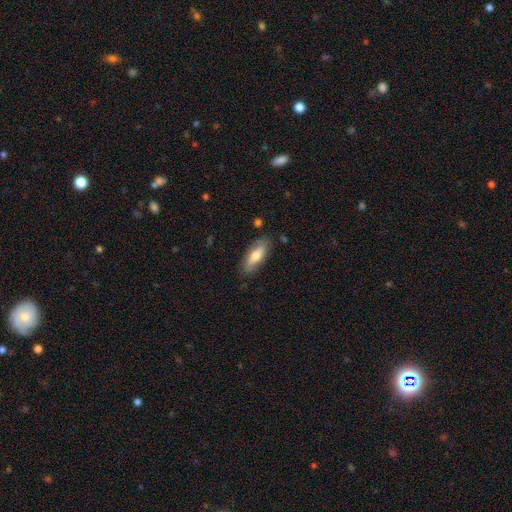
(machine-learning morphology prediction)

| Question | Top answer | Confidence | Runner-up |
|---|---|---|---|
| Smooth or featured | smooth | 65% | featured or disk (29%) |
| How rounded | in between | 73% | cigar-shaped (25%) |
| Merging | none | 80% | minor disturbance (15%) |